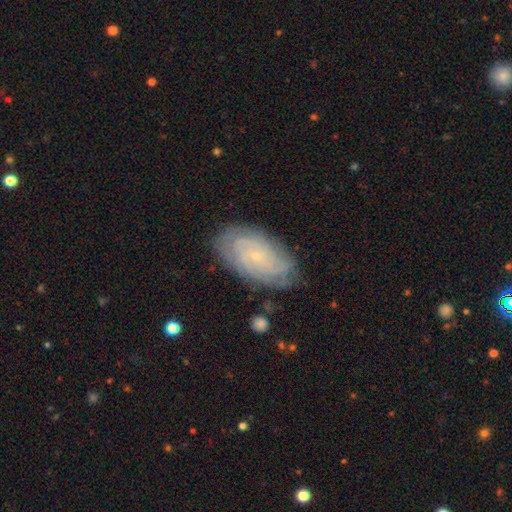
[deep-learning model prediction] This appears to be a featured or disk galaxy (72%) with no bar (78%), tight (76%) spiral arms (92%) and a small central bulge (86%). Merging: none (78%).